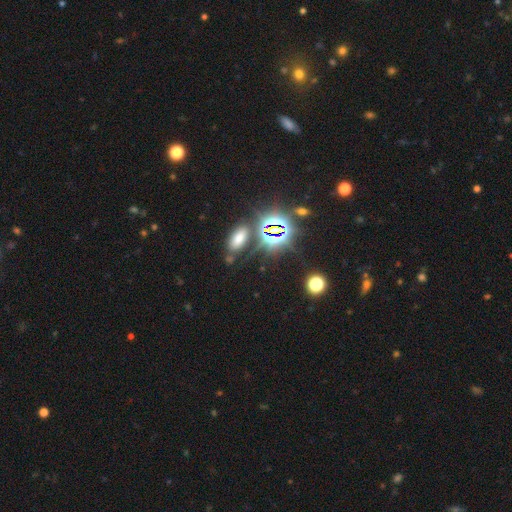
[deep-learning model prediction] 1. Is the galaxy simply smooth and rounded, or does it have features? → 72% star or artifact, 18% smooth, 10% featured or disk.